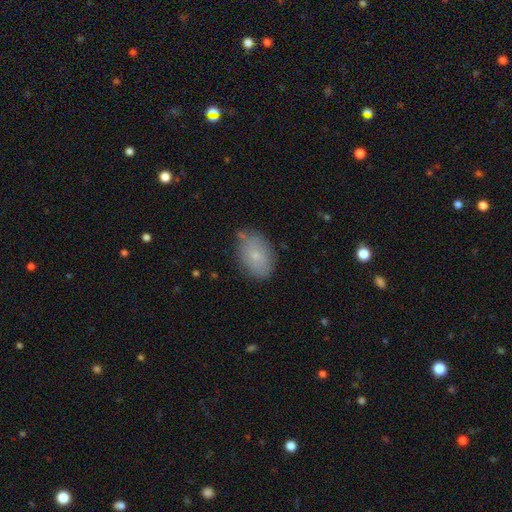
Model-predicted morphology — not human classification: smooth 71%, featured or disk 20%, star or artifact 8%. Down the decision tree: how rounded — in between (85%); merging — none (74%).